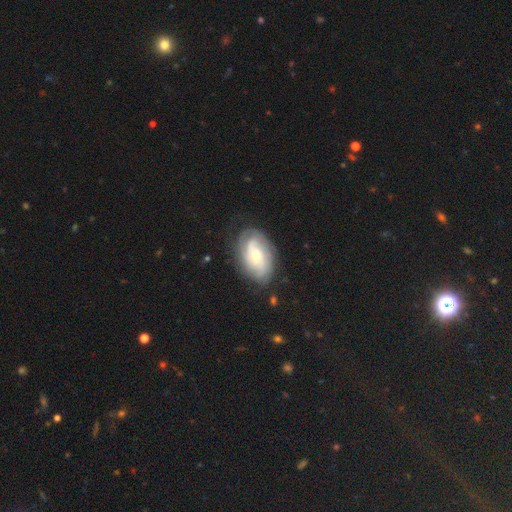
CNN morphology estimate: Q: Smooth or featured?
A: featured or disk (67%); runner-up: smooth (26%)
Q: Edge-on disk?
A: no (95%); runner-up: yes (5%)
Q: Bar?
A: no (67%); runner-up: weak (26%)
Q: Spiral arms?
A: yes (88%); runner-up: no (12%)
Q: Spiral winding?
A: tight (59%); runner-up: medium (30%)
Q: Spiral arm count?
A: can't tell (42%); runner-up: 2 (30%)
Q: Bulge size?
A: small (58%); runner-up: moderate (30%)
Q: Merging?
A: none (71%); runner-up: minor disturbance (20%)